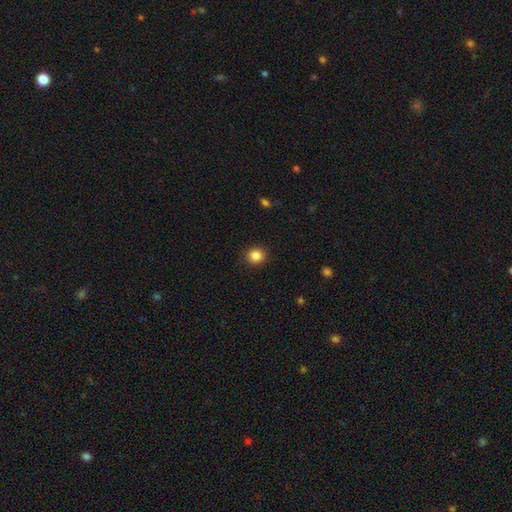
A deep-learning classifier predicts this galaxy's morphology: Overall: smooth (86%). How rounded: round (87%). Merging: none (90%).